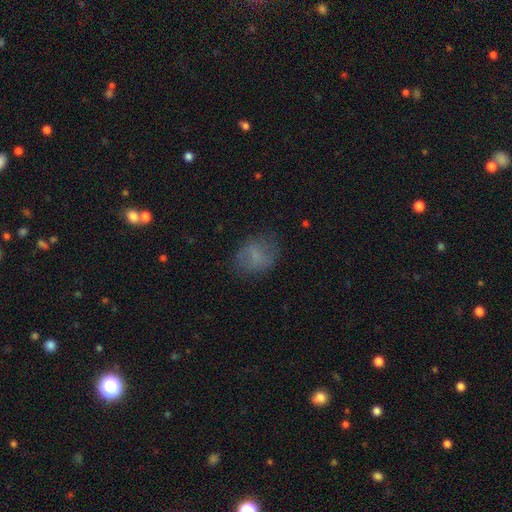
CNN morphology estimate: smooth-or-featured: smooth: 63% | featured or disk: 26% | star or artifact: 11%
  how-rounded: in between: 63% | round: 35% | cigar-shaped: 2%
  merging: none: 71% | minor disturbance: 19% | major disturbance: 9% | merger: 2%